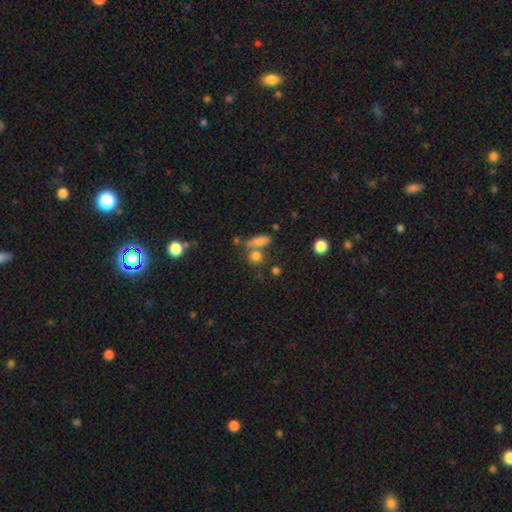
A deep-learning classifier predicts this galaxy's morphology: Q: Smooth or featured?
A: star or artifact (48%); runner-up: smooth (35%)